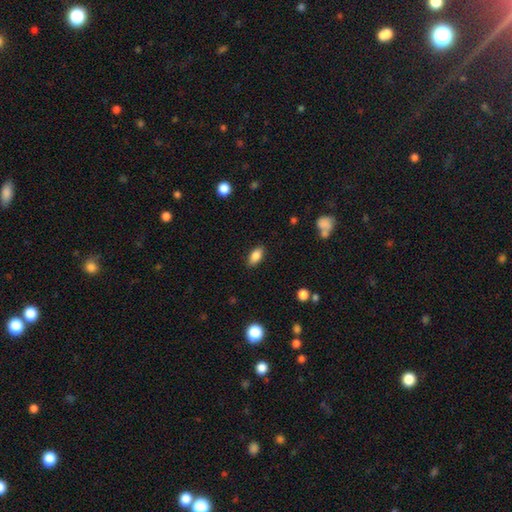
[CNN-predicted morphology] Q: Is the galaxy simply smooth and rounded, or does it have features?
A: smooth — 85%.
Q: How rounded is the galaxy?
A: in between — 90%.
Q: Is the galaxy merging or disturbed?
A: none — 87%.